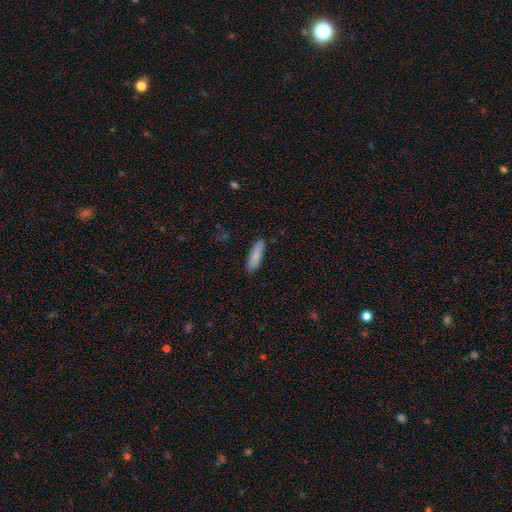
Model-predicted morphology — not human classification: The model was most divided on "how rounded": in between: 51%, cigar-shaped: 47%, round: 2%. More confident: merging — none (85%); smooth or featured — smooth (82%).